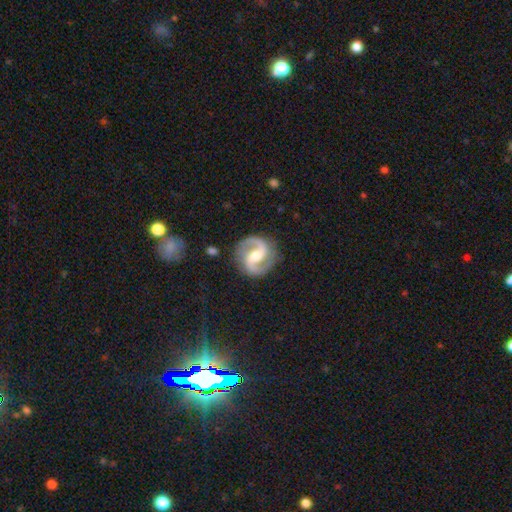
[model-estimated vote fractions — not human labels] Smooth or featured? Predicted: featured or disk (p=0.92). Edge-on disk? Predicted: no (p=0.98). Bar? Predicted: weak (p=0.44). Spiral arms? Predicted: yes (p=0.98). Spiral winding? Predicted: medium (p=0.62). Spiral arm count? Predicted: 2 (p=0.95). Bulge size? Predicted: moderate (p=0.65). Merging? Predicted: none (p=0.87).